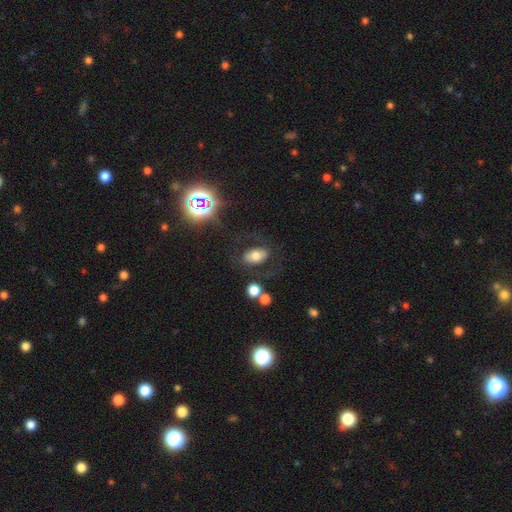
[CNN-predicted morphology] A smooth galaxy with no disk features (57%) that is in between round and cigar-shaped (85%). Merging: none (69%).